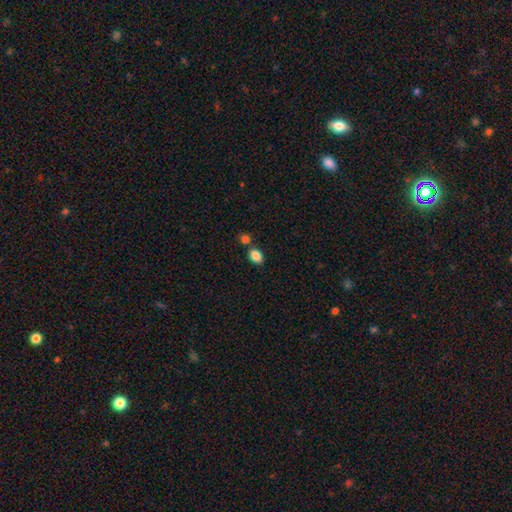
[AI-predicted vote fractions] Smooth or featured? smooth (86%)
How rounded? in between (75%)
Merging? none (70%)